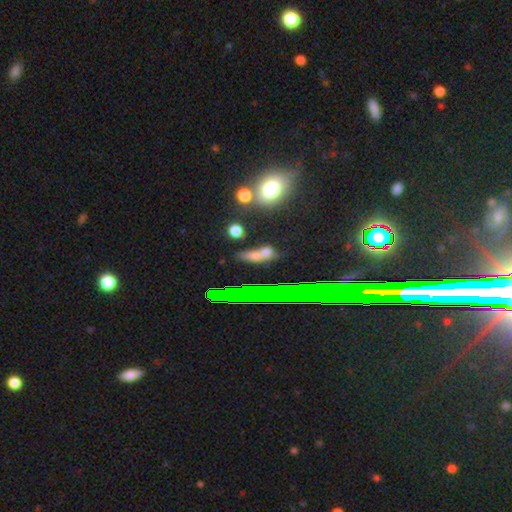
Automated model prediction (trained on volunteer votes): This appears to be a smooth galaxy with no disk features (50%). Merging: none (68%).